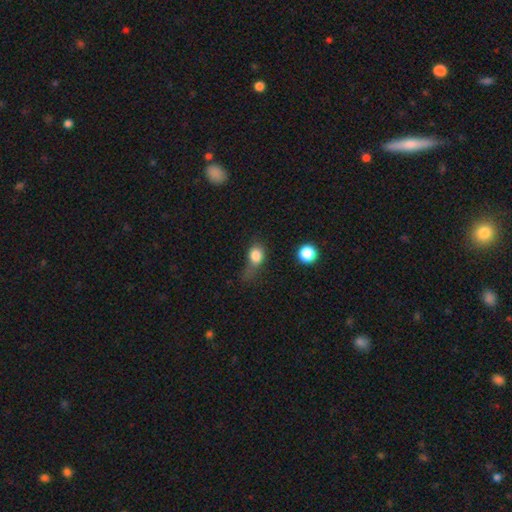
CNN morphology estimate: smooth_or_featured: smooth (p=0.79) [alt: star or artifact p=0.11]
how_rounded: in between (p=0.51) [alt: round p=0.45]
merging: major disturbance (p=0.38) [alt: minor disturbance p=0.29]